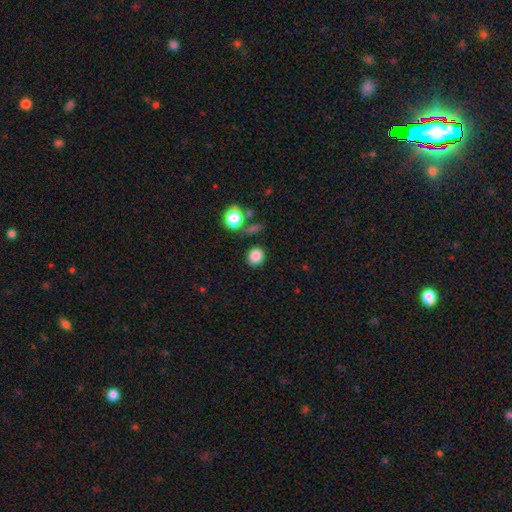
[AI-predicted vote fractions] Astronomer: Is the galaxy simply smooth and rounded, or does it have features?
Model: smooth — 84%.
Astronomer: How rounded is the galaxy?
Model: round — 80%.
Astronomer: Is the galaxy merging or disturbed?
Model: none — 82%.